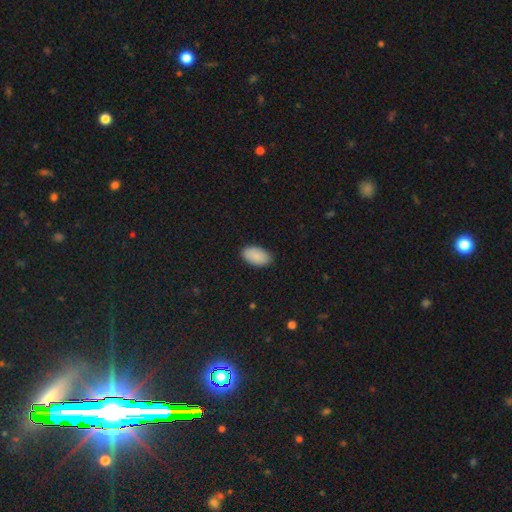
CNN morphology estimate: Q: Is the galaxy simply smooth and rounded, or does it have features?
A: smooth — 90%.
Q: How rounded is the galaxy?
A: in between — 95%.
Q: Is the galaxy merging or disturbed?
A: none — 86%.